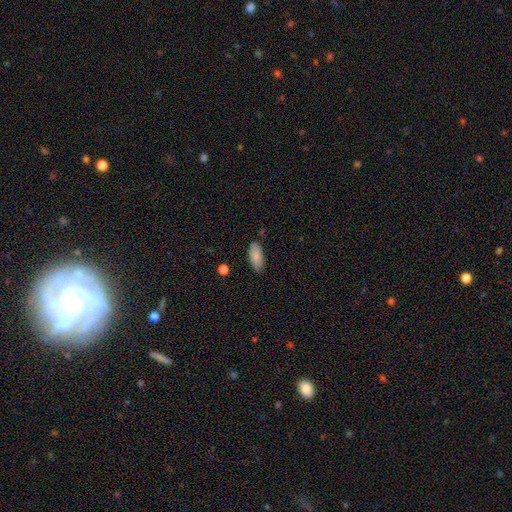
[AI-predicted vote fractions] The model was most divided on "merging": none: 82%, minor disturbance: 14%, major disturbance: 3%, merger: 2%. More confident: how rounded — in between (88%); smooth or featured — smooth (87%).